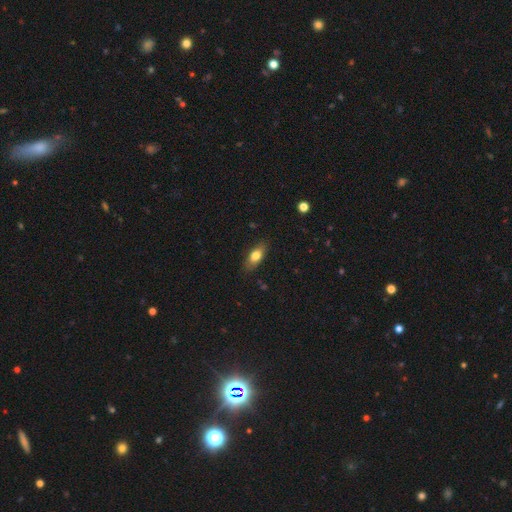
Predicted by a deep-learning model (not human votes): Smooth or featured? Predicted: smooth (p=0.77). How rounded? Predicted: in between (p=0.81). Merging? Predicted: none (p=0.83).